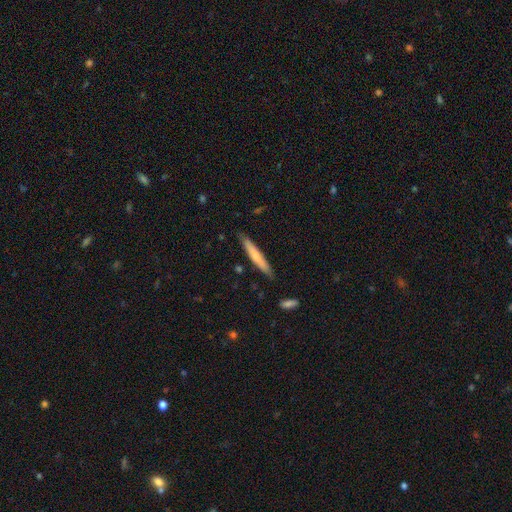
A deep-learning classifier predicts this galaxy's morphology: smooth-or-featured: smooth: 64% | featured or disk: 30% | star or artifact: 5%
  how-rounded: cigar-shaped: 94% | in between: 5% | round: 1%
  merging: none: 86% | minor disturbance: 11% | major disturbance: 2% | merger: 2%